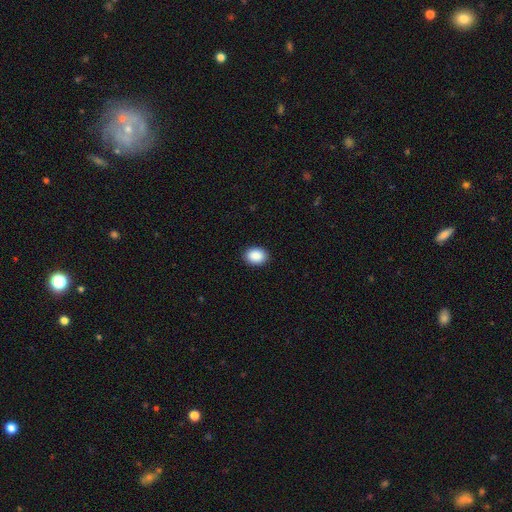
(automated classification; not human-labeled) This appears to be a smooth galaxy with no disk features (90%) that is in between round and cigar-shaped (62%). Merging: none (91%).